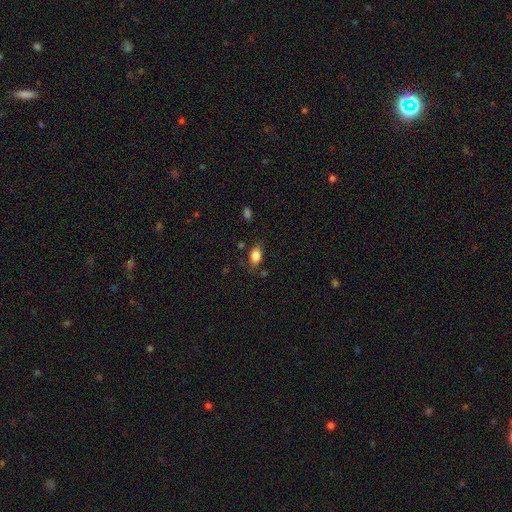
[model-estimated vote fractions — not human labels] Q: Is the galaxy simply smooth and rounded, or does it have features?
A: smooth — 84%.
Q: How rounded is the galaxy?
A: in between — 86%.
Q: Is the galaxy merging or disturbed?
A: none — 72%.